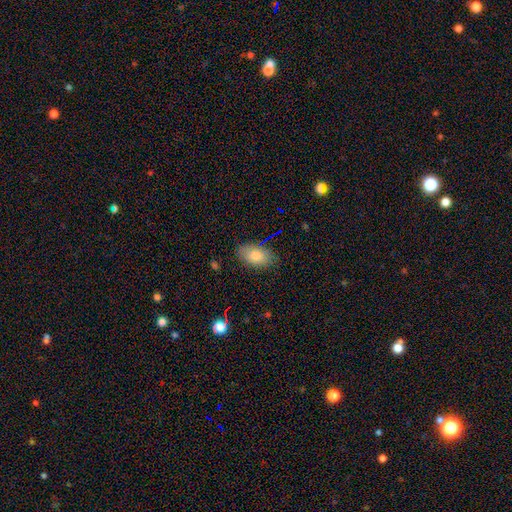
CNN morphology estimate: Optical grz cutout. It shows a smooth galaxy with no disk features (81%) that is in between round and cigar-shaped (92%). Merging: none (82%).